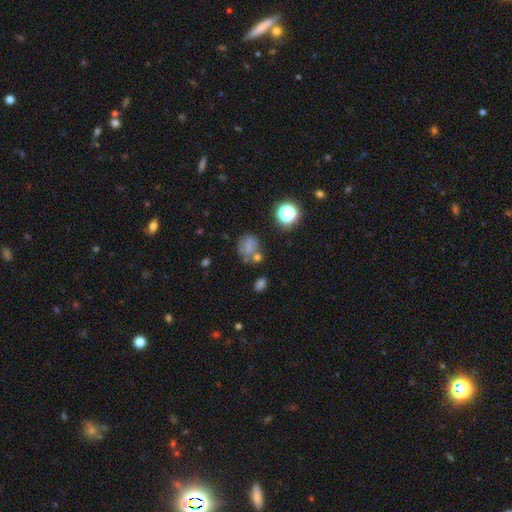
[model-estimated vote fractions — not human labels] Overall: smooth (47%; star or artifact 37%). Merging: none (60%).